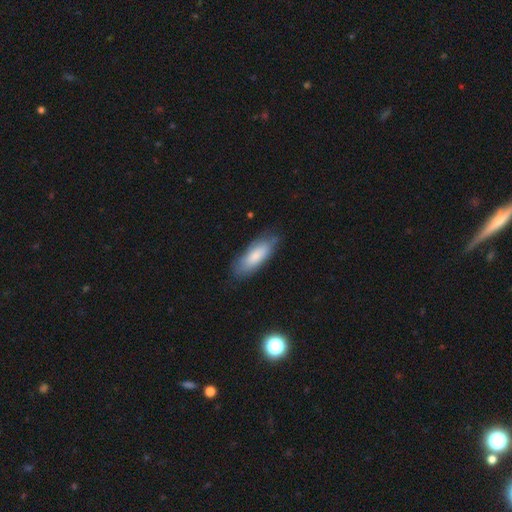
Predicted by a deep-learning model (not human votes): smooth_or_featured: smooth (p=0.75) [alt: featured or disk p=0.19]
how_rounded: in between (p=0.71) [alt: cigar-shaped p=0.28]
merging: none (p=0.73) [alt: minor disturbance p=0.21]